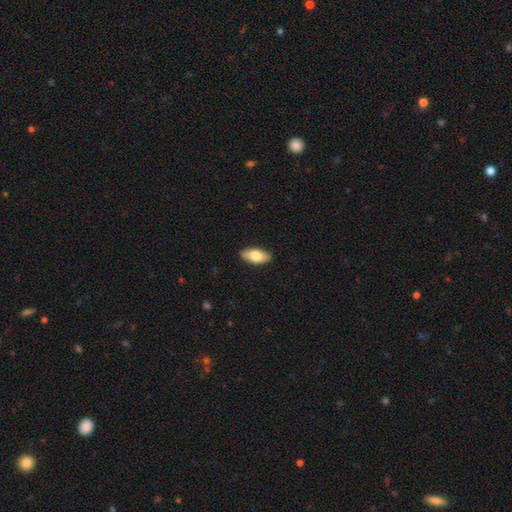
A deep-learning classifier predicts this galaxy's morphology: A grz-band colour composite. It shows a smooth galaxy with no disk features (76%) that is in between round and cigar-shaped (86%). Merging: none (90%).